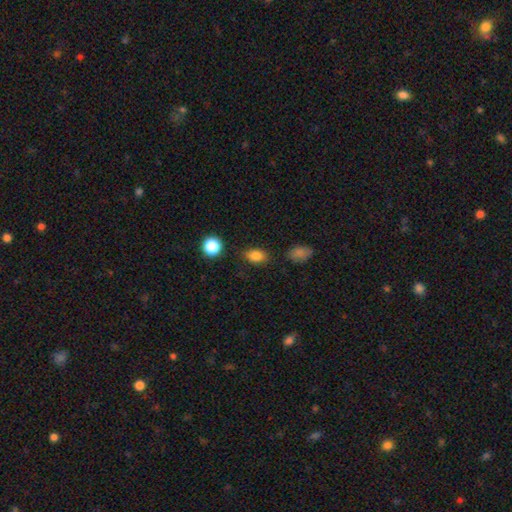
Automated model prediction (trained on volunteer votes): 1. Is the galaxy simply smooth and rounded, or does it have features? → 83% smooth, 11% star or artifact, 6% featured or disk.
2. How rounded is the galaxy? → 80% in between, 19% round, 2% cigar-shaped.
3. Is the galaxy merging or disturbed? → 82% none, 12% minor disturbance, 3% major disturbance, 3% merger.